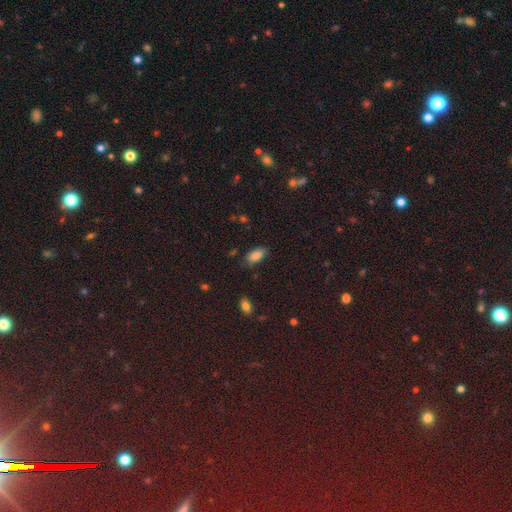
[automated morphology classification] Smooth or featured?
  - smooth: 83% *
  - star or artifact: 9%
  - featured or disk: 8%
How rounded?
  - in between: 91% *
  - cigar-shaped: 6%
  - round: 3%
Merging?
  - none: 77% *
  - minor disturbance: 18%
  - major disturbance: 4%
  - merger: 2%